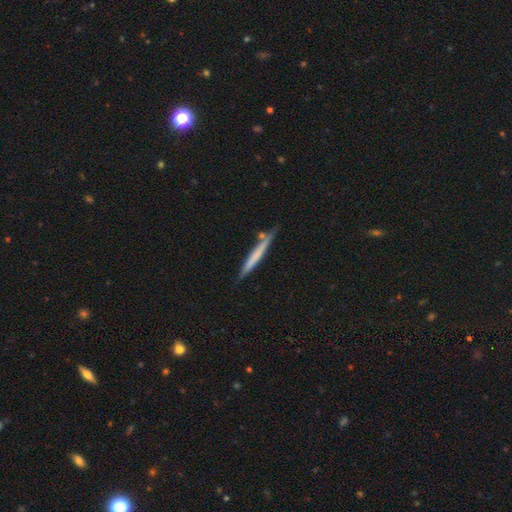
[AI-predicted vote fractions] Smooth or featured? smooth (58%)
How rounded? cigar-shaped (96%)
Merging? none (80%)